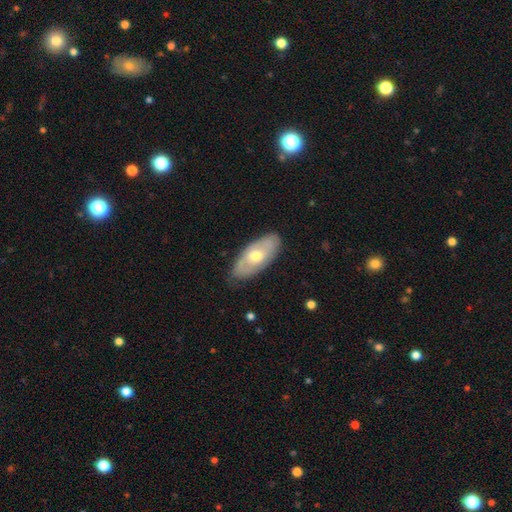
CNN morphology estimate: A featured or disk galaxy (50%).

Vote fractions:
- Smooth or featured? featured or disk: 50% / smooth: 44% / star or artifact: 6%
- Edge-on disk? no: 82% / yes: 18%
- Merging? none: 82% / minor disturbance: 14% / major disturbance: 3% / merger: 1%